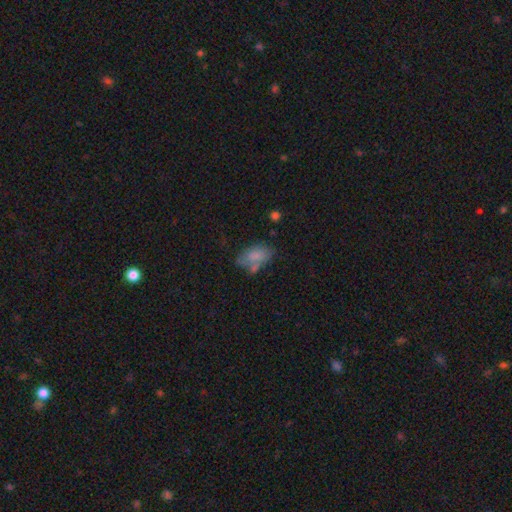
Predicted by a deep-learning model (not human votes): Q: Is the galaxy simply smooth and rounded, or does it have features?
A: smooth — 76%.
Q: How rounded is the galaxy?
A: in between — 91%.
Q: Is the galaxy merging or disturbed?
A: none — 45%.